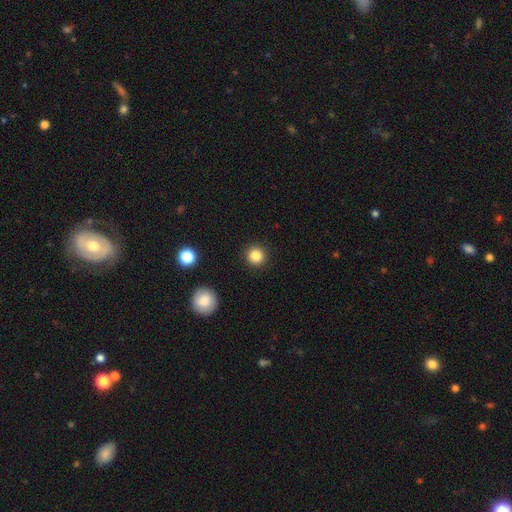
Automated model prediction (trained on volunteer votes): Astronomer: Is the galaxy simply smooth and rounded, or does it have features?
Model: smooth — 85%.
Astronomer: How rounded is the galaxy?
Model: round — 95%.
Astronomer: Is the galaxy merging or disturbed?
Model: none — 92%.